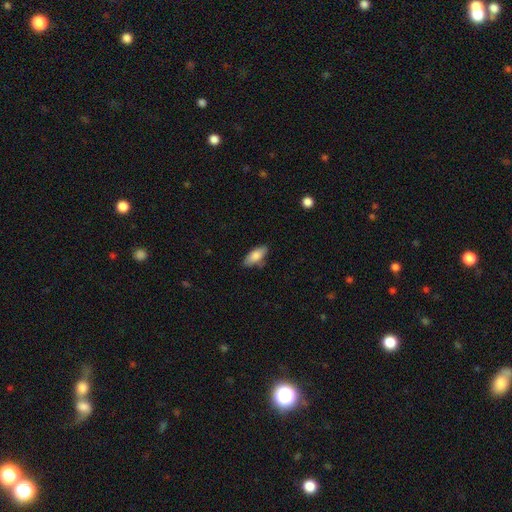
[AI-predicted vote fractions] This is clearly a smooth galaxy (82%). How rounded: clearly in between (81%). Merging: likely none (76%).